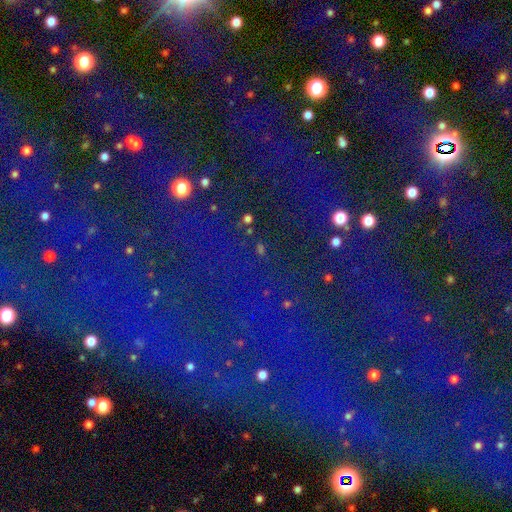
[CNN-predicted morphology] smooth_or_featured: star or artifact (p=0.83) [alt: smooth p=0.10]